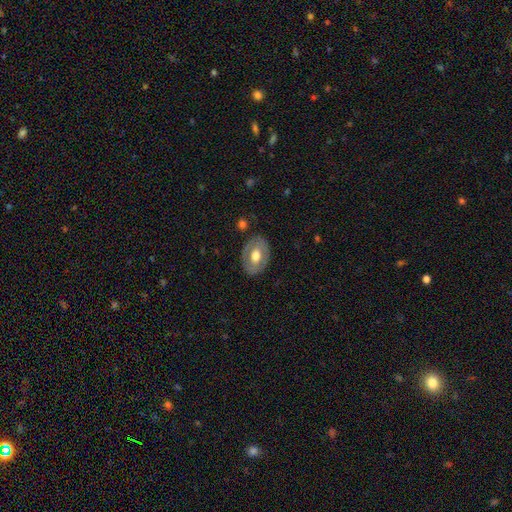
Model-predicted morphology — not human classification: Smooth or featured: smooth — 49% (featured or disk — 45%)
Merging: none — 81% (minor disturbance — 13%)